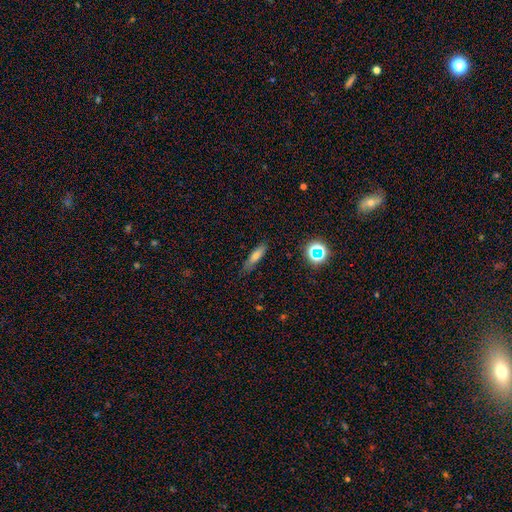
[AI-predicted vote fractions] A smooth galaxy with no disk features (69%) that is cigar-shaped (67%). Merging: none (78%).